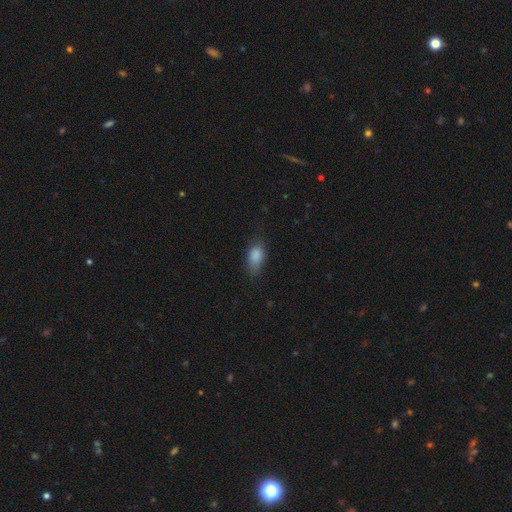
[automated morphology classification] This appears to be a smooth galaxy with no disk features (86%) that is in between round and cigar-shaped (88%). Merging: none (67%).